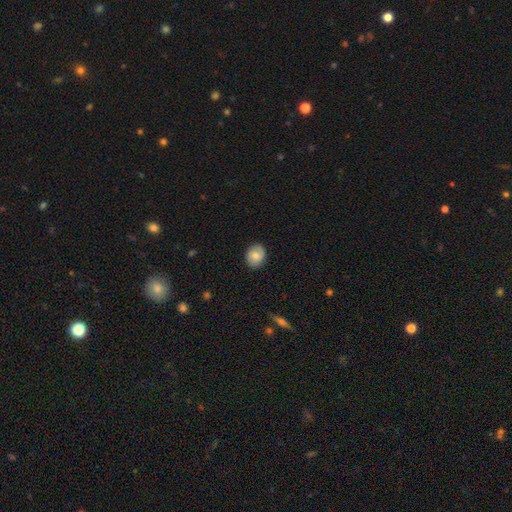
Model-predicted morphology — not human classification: A smooth galaxy with no disk features (74%) that is round (56%). Merging: none (86%).